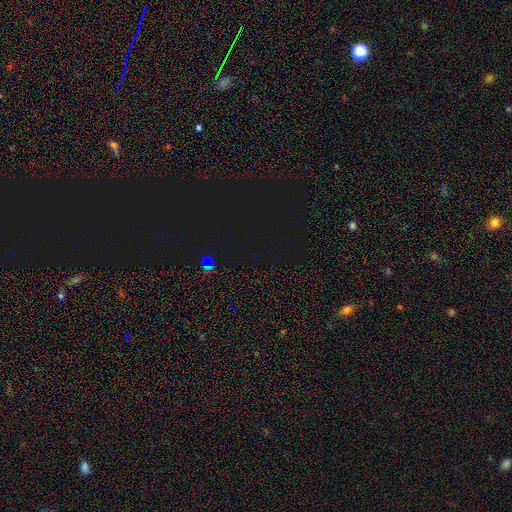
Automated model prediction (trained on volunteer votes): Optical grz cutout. It shows a star or artifact, not a galaxy (77%).